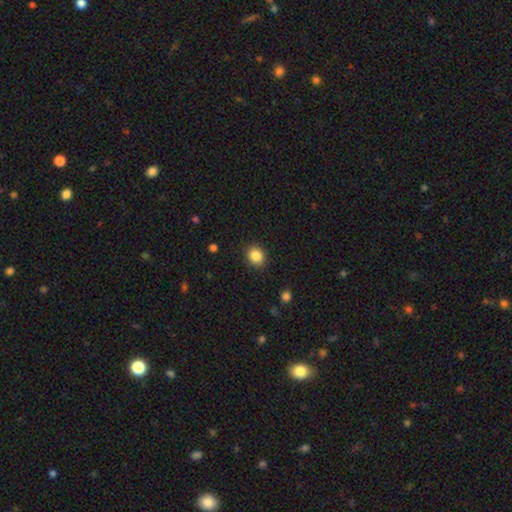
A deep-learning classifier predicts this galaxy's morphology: Smooth or featured: smooth — 86% (star or artifact — 10%)
How rounded: round — 67% (in between — 32%)
Merging: none — 89% (minor disturbance — 8%)